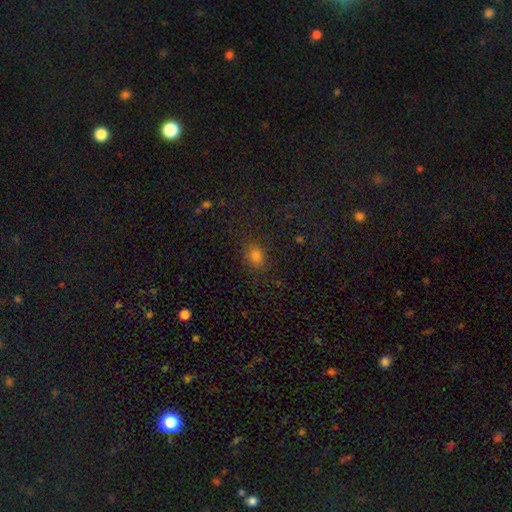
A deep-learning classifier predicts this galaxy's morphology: Smooth or featured? Predicted: smooth (p=0.76). How rounded? Predicted: round (p=0.58). Merging? Predicted: none (p=0.84).